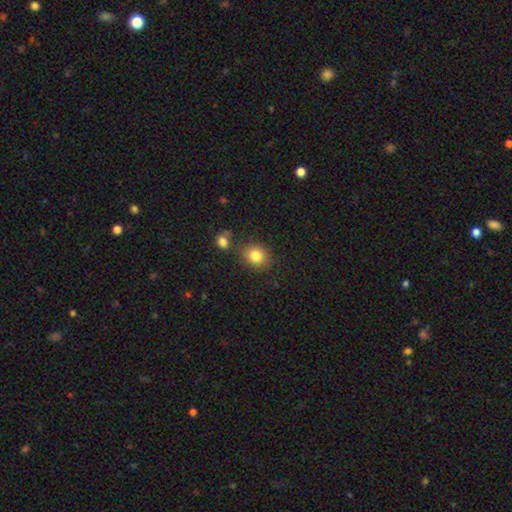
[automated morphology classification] Q: Smooth or featured?
A: smooth (83%); runner-up: star or artifact (10%)
Q: How rounded?
A: round (77%); runner-up: in between (22%)
Q: Merging?
A: none (77%); runner-up: minor disturbance (11%)